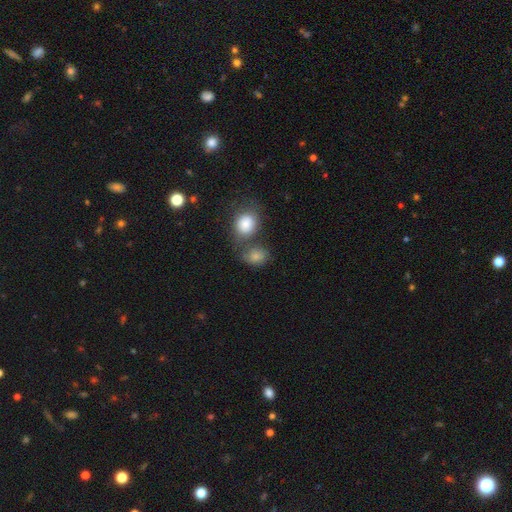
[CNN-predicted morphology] A smooth galaxy with no disk features (79%) that is in between round and cigar-shaped (55%).

Vote fractions:
- Smooth or featured? smooth: 79% / featured or disk: 11% / star or artifact: 10%
- How rounded? in between: 55% / round: 44% / cigar-shaped: 1%
- Merging? none: 41% / merger: 37% / minor disturbance: 14% / major disturbance: 7%